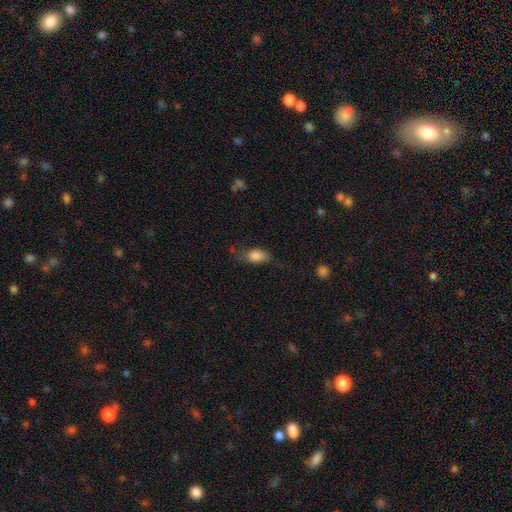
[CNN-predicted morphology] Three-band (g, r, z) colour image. It shows a smooth galaxy with no disk features (81%) that is in between round and cigar-shaped (86%). Merging: none (51%).